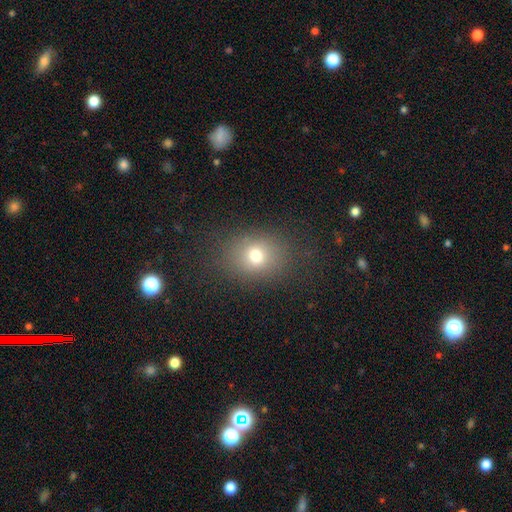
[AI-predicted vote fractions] This is likely a smooth galaxy (72%). How rounded: possibly in between (50%). Merging: likely none (80%).